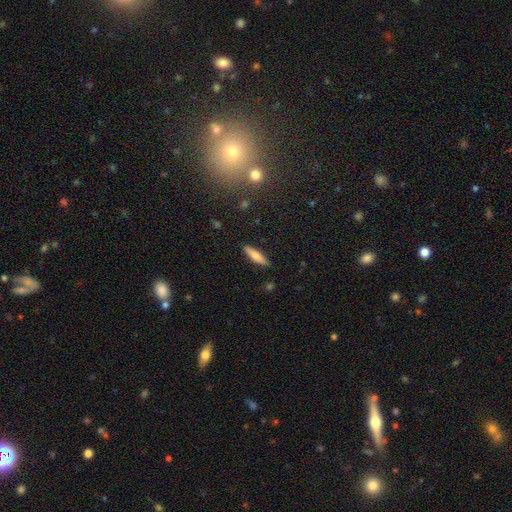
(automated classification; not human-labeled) Smooth or featured? smooth (73%)
How rounded? cigar-shaped (73%)
Merging? none (88%)